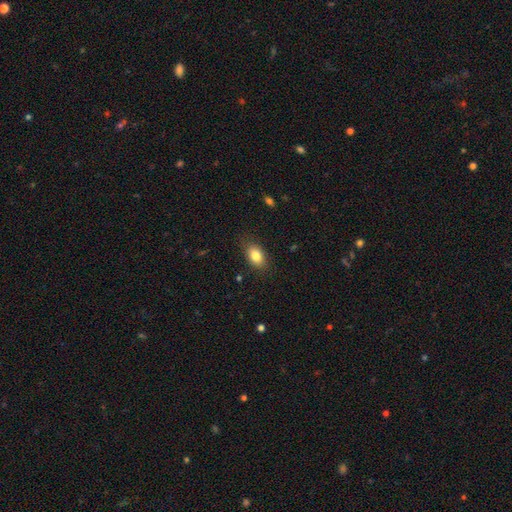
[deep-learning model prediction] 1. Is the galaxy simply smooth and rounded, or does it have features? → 83% smooth, 8% featured or disk, 8% star or artifact.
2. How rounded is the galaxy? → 87% in between, 11% round, 2% cigar-shaped.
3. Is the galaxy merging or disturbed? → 82% none, 13% minor disturbance, 3% major disturbance, 1% merger.